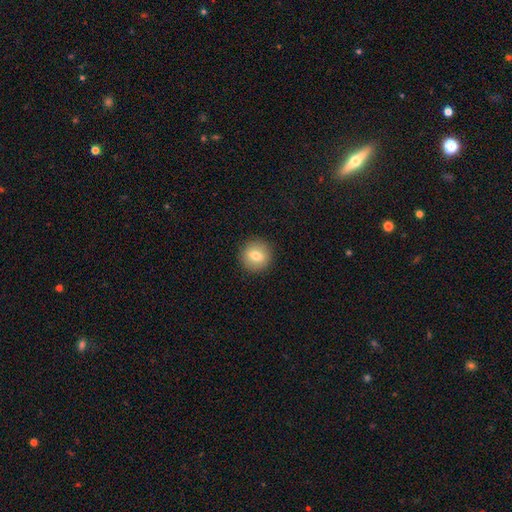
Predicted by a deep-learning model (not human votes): Smooth or featured?
  - smooth: 73% *
  - featured or disk: 18%
  - star or artifact: 9%
How rounded?
  - round: 92% *
  - in between: 7%
  - cigar-shaped: 1%
Merging?
  - none: 91% *
  - minor disturbance: 6%
  - major disturbance: 2%
  - merger: 1%